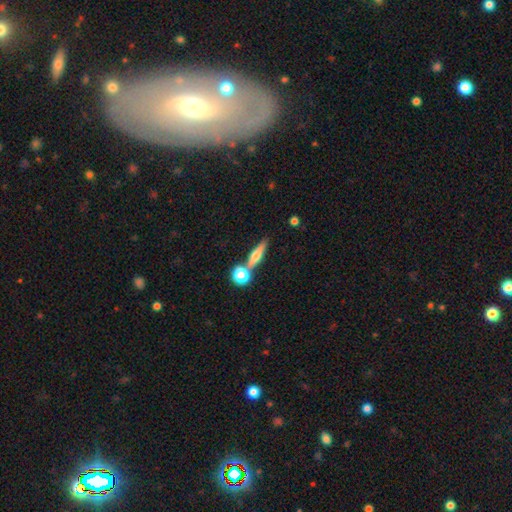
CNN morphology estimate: Smooth or featured? Predicted: smooth (p=0.47). Merging? Predicted: none (p=0.64).